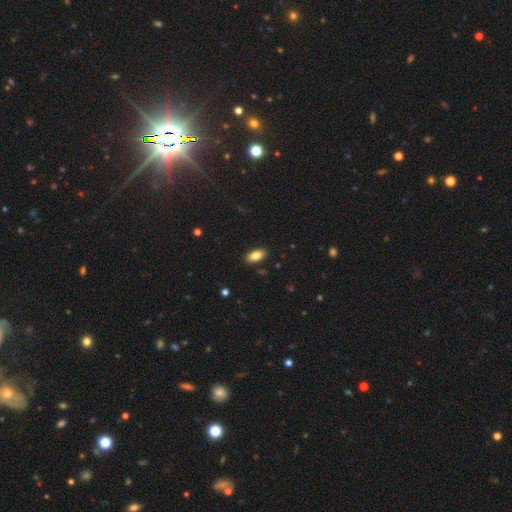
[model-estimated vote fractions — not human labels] This is clearly a smooth galaxy (84%). How rounded: clearly in between (90%). Merging: clearly none (88%).